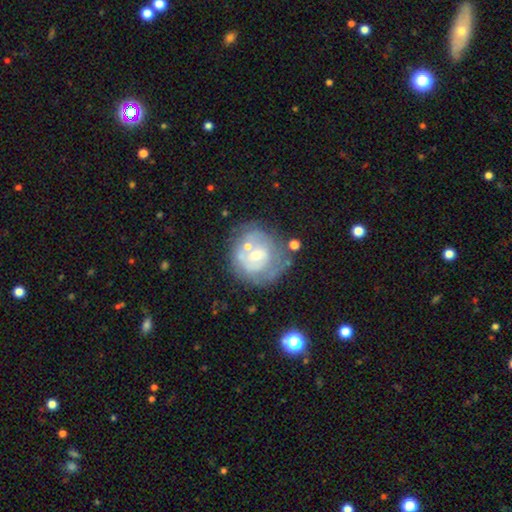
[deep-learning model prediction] smooth-or-featured: featured or disk: 61% | smooth: 31% | star or artifact: 8%
  disk-edge-on: no: 97% | yes: 3%
    bar: no: 76% | weak: 19% | strong: 4%
    has-spiral-arms: no: 56% | yes: 44%
    bulge-size: small: 54% | moderate: 39% | none: 4% | large: 3% | dominant: 1%
  merging: none: 52% | minor disturbance: 21% | major disturbance: 14% | merger: 13%